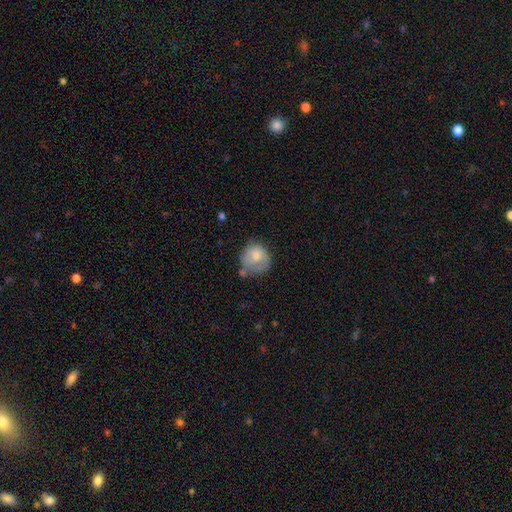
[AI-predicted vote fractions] Q: Smooth or featured?
A: smooth (69%); runner-up: featured or disk (24%)
Q: How rounded?
A: round (83%); runner-up: in between (16%)
Q: Merging?
A: none (47%); runner-up: minor disturbance (30%)